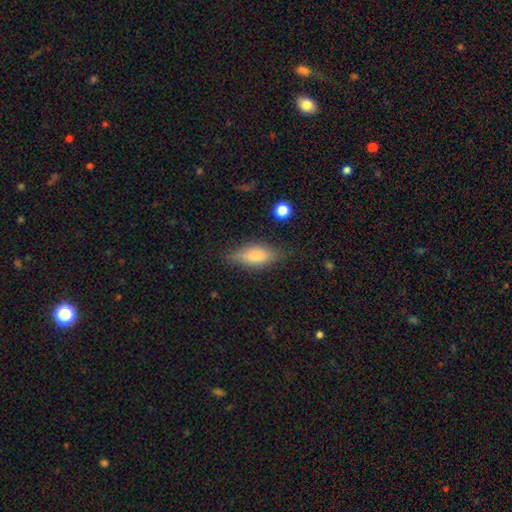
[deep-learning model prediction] Overall: smooth (74%). How rounded: in between (74%). Merging: none (70%).